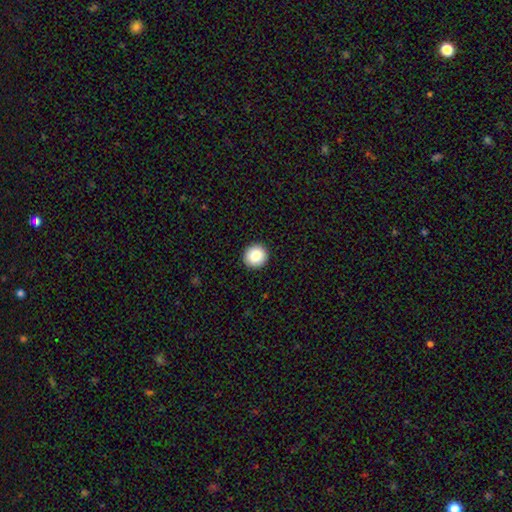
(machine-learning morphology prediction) This appears to be a smooth galaxy with no disk features (87%) that is round (93%). Merging: none (93%).